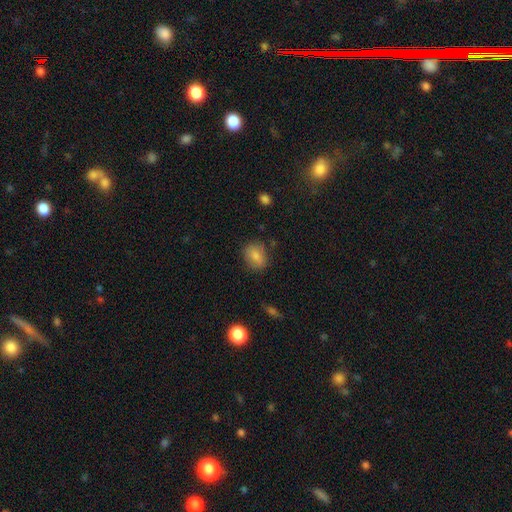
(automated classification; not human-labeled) Smooth or featured? smooth (79%)
How rounded? in between (51%)
Merging? none (78%)